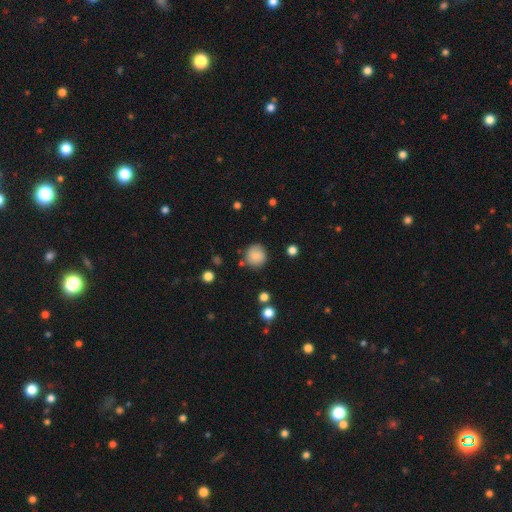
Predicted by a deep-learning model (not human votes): Q: Smooth or featured?
A: smooth (83%); runner-up: star or artifact (9%)
Q: How rounded?
A: round (92%); runner-up: in between (8%)
Q: Merging?
A: none (82%); runner-up: minor disturbance (12%)